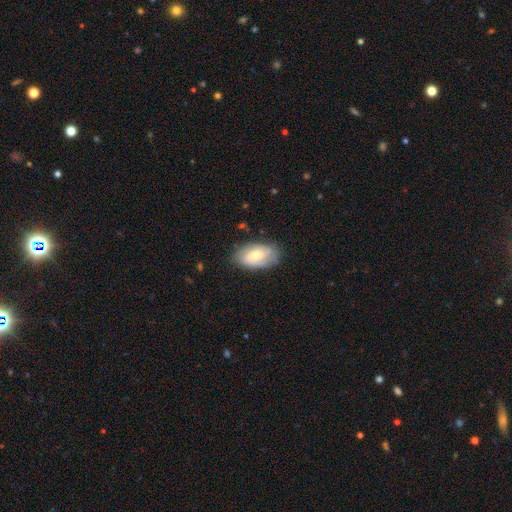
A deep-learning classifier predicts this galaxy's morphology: Smooth or featured?
  - smooth: 48% *
  - featured or disk: 46%
  - star or artifact: 7%
Merging?
  - none: 74% *
  - minor disturbance: 20%
  - major disturbance: 5%
  - merger: 1%